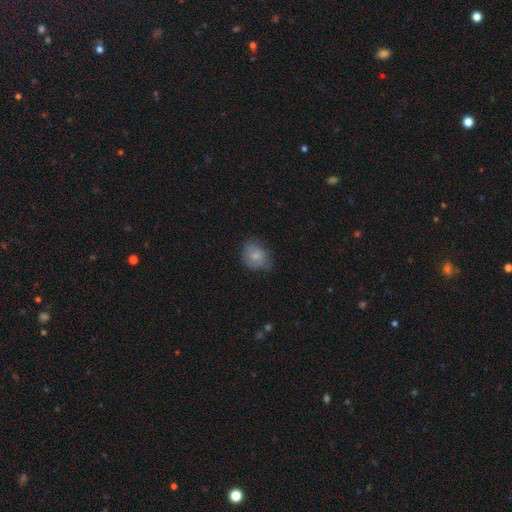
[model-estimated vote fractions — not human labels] Smooth or featured: smooth — 71% (featured or disk — 21%)
How rounded: round — 57% (in between — 42%)
Merging: none — 61% (minor disturbance — 29%)